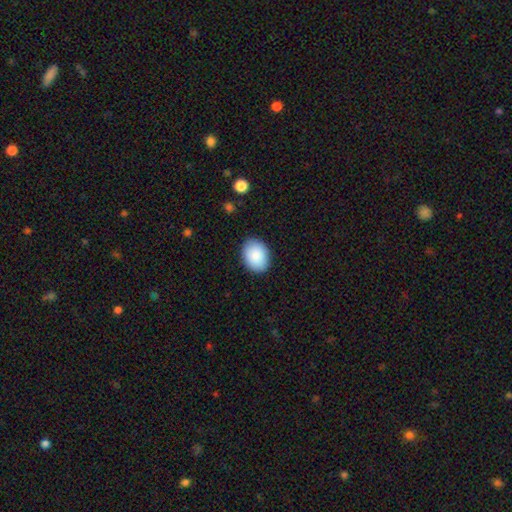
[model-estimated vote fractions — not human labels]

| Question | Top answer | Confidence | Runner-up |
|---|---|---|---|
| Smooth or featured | smooth | 88% | star or artifact (6%) |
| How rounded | in between | 73% | round (26%) |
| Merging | none | 86% | minor disturbance (10%) |